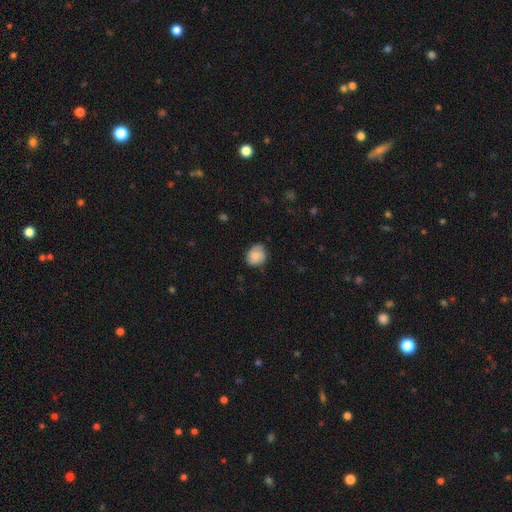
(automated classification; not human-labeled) Overall: smooth (69%). How rounded: round (70%). Merging: none (69%).